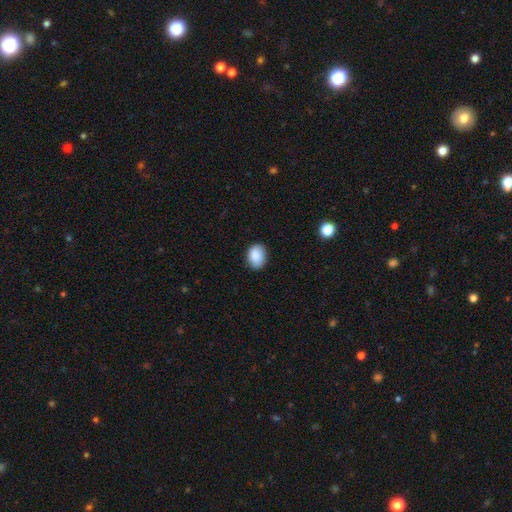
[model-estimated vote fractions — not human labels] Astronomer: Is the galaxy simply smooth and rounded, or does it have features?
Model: smooth — 89%.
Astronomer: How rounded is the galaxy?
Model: in between — 77%.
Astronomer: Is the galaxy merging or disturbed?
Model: none — 85%.